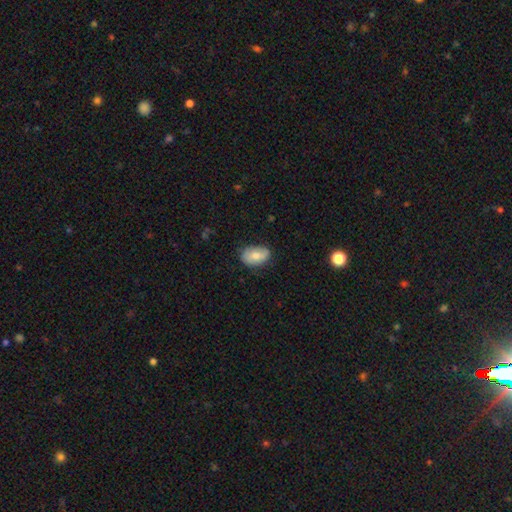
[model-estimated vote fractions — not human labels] Q: Smooth or featured?
A: smooth (72%); runner-up: featured or disk (21%)
Q: How rounded?
A: in between (88%); runner-up: round (10%)
Q: Merging?
A: none (71%); runner-up: minor disturbance (23%)